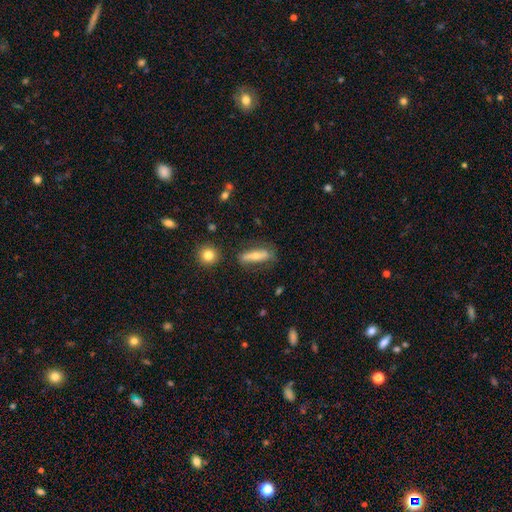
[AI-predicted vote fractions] This appears to be a smooth galaxy with no disk features (56%) that is cigar-shaped (62%). Merging: none (70%).